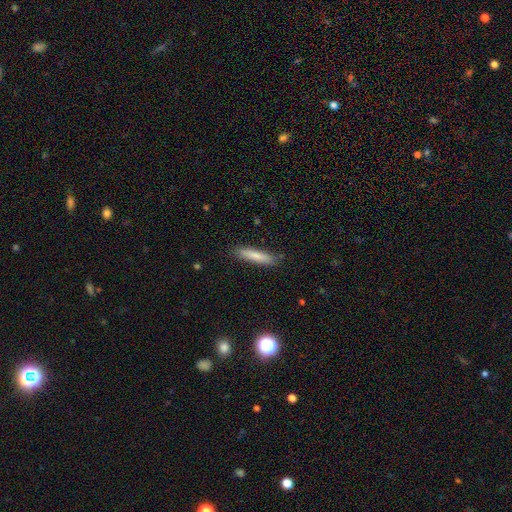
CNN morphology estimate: smooth 81%, featured or disk 13%, star or artifact 6%. Down the decision tree: how rounded — cigar-shaped (85%); merging — none (87%).